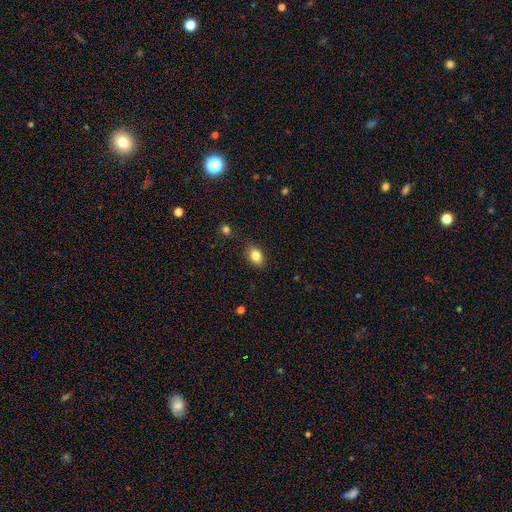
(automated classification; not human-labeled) Q: Smooth or featured?
A: smooth (82%); runner-up: star or artifact (10%)
Q: How rounded?
A: in between (74%); runner-up: round (24%)
Q: Merging?
A: none (84%); runner-up: minor disturbance (12%)